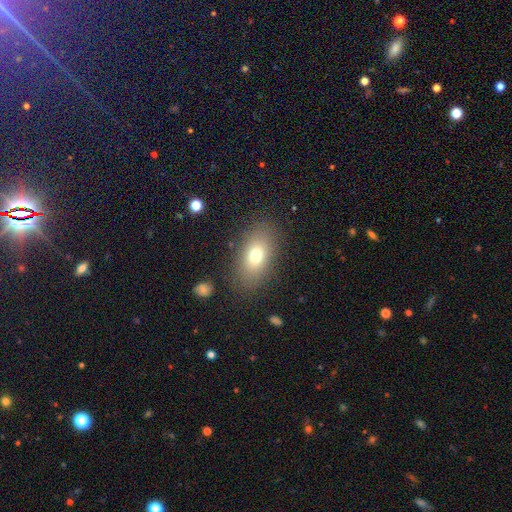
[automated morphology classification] This appears to be a smooth galaxy with no disk features (74%) that is in between round and cigar-shaped (87%). Merging: none (84%).